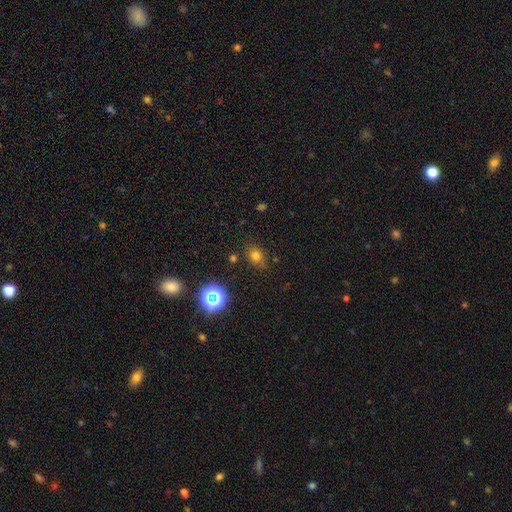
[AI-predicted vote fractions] Q: Smooth or featured?
A: smooth (70%); runner-up: star or artifact (22%)
Q: How rounded?
A: round (58%); runner-up: in between (41%)
Q: Merging?
A: none (76%); runner-up: minor disturbance (16%)